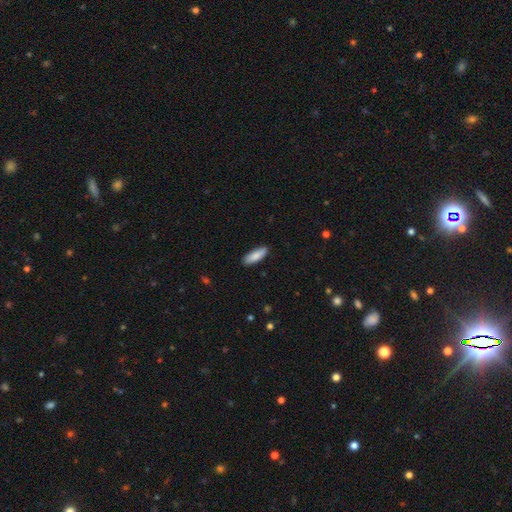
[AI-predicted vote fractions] Q: Smooth or featured?
A: smooth (87%); runner-up: featured or disk (8%)
Q: How rounded?
A: in between (56%); runner-up: cigar-shaped (43%)
Q: Merging?
A: none (88%); runner-up: minor disturbance (9%)